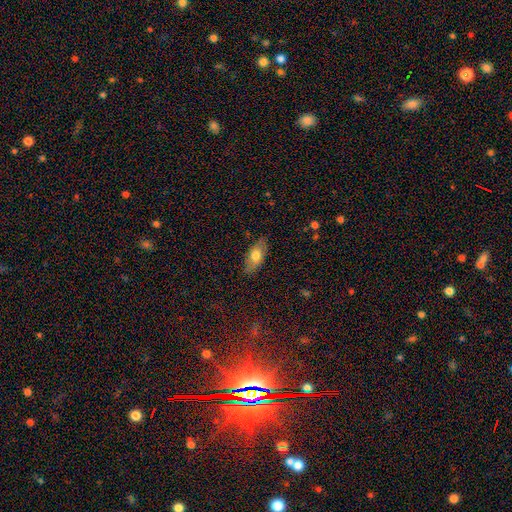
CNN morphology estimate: type=smooth (67%); roundness=in between (84%); merging=none (82%).